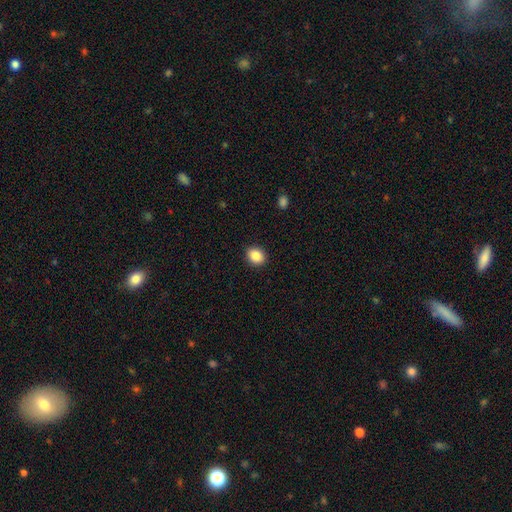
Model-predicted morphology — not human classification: type=smooth (87%); roundness=round (55%); merging=none (90%).